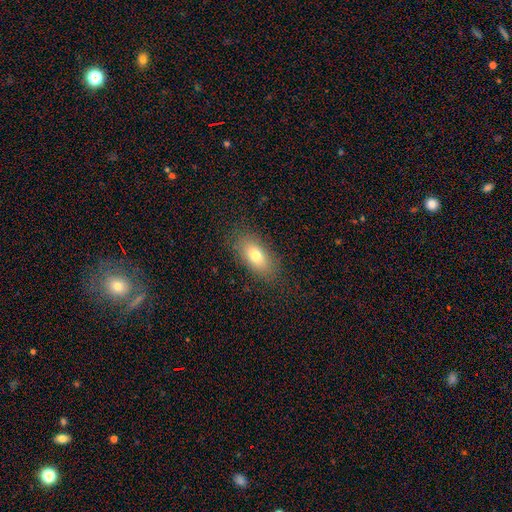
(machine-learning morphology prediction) smooth 74%, featured or disk 17%, star or artifact 9%. Down the decision tree: how rounded — in between (87%); merging — none (84%).